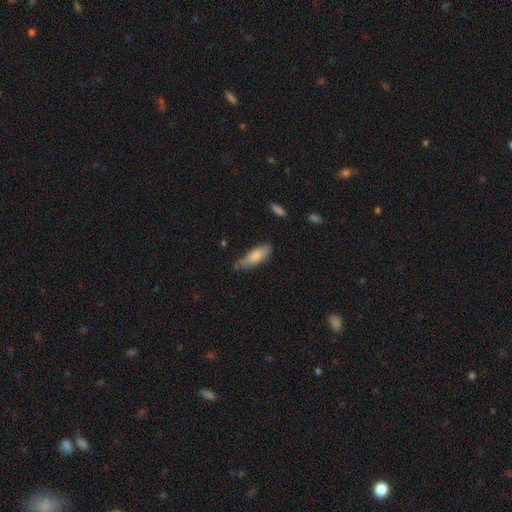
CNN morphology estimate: smooth 80%, featured or disk 14%, star or artifact 6%. Down the decision tree: how rounded — in between (66%); merging — none (62%).